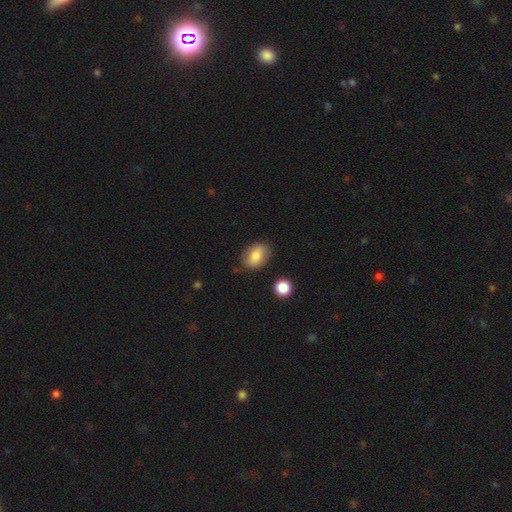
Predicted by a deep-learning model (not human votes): Morphology: type=smooth (82%); roundness=in between (86%); merging=none (80%).